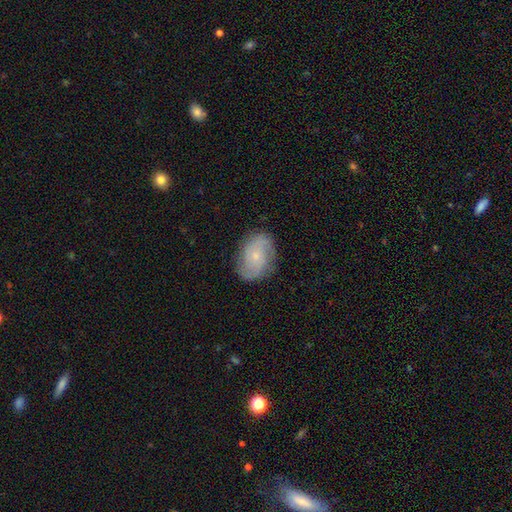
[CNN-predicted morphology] A featured or disk galaxy (72%) with no bar (72%), 2 (71%) medium (44%) spiral arms (93%) and a small central bulge (74%). Merging: none (80%).